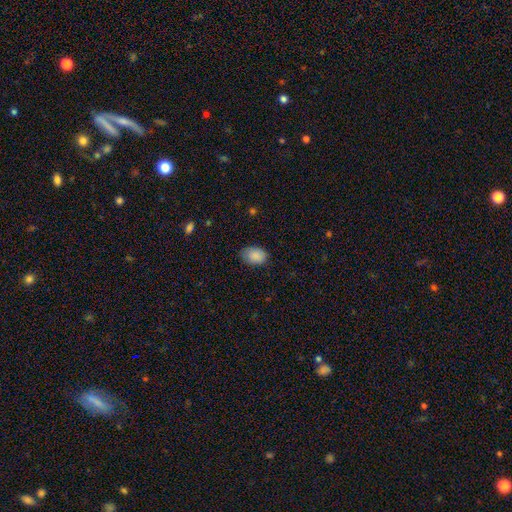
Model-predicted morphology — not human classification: smooth-or-featured: smooth: 88% | star or artifact: 7% | featured or disk: 5%
  how-rounded: in between: 85% | round: 14% | cigar-shaped: 1%
  merging: none: 76% | minor disturbance: 20% | major disturbance: 3% | merger: 1%